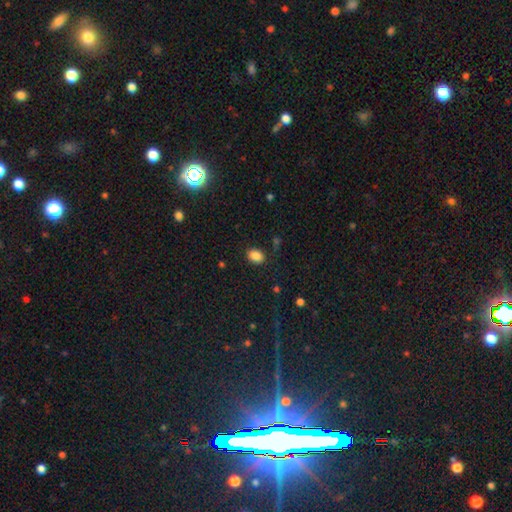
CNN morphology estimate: type=smooth (86%); roundness=in between (71%); merging=none (83%).